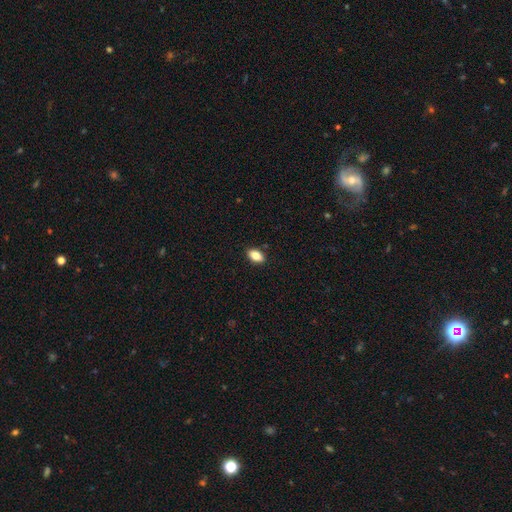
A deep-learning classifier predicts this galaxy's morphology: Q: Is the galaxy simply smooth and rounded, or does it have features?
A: smooth — 84%.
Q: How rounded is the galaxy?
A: in between — 89%.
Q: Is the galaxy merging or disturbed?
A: none — 89%.